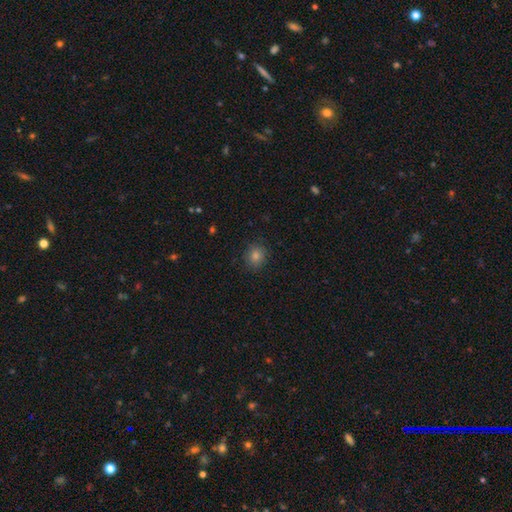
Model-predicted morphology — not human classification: Smooth or featured? Predicted: smooth (p=0.78). How rounded? Predicted: round (p=0.83). Merging? Predicted: none (p=0.90).